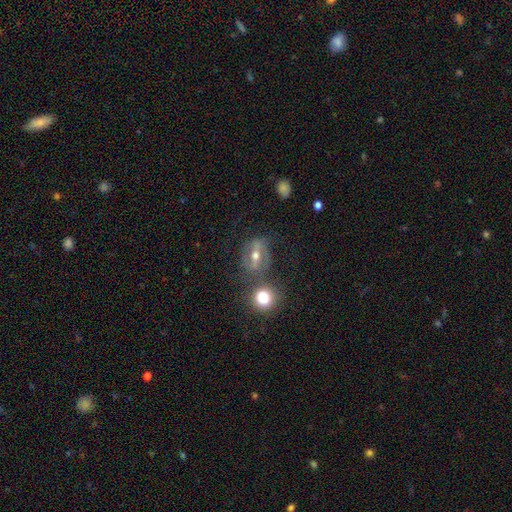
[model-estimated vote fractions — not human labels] This appears to be a featured or disk galaxy (58%) with a strong bar (51%), spiral arms (68%) and a moderate central bulge (71%). Merging: none (62%).